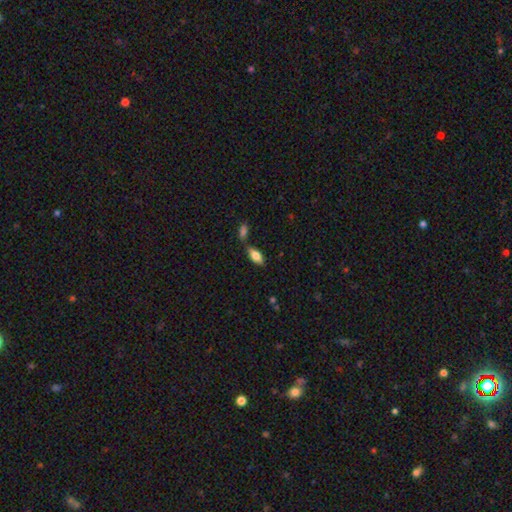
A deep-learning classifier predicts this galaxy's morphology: smooth_or_featured: smooth (p=0.70) [alt: featured or disk p=0.23]
how_rounded: in between (p=0.81) [alt: cigar-shaped p=0.16]
merging: none (p=0.64) [alt: merger p=0.18]